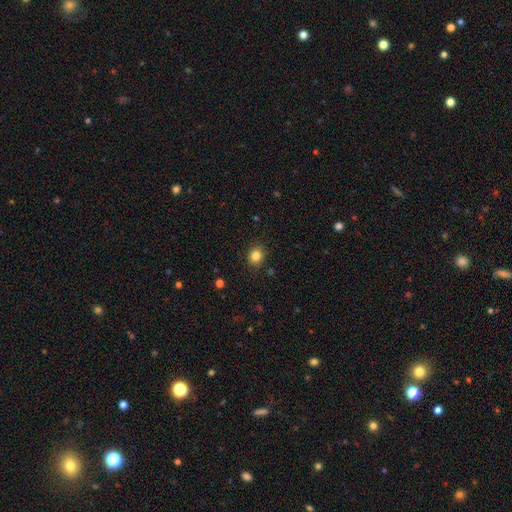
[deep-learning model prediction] The model was most divided on "how rounded": round: 76%, in between: 23%, cigar-shaped: 1%. More confident: merging — none (88%); smooth or featured — smooth (84%).